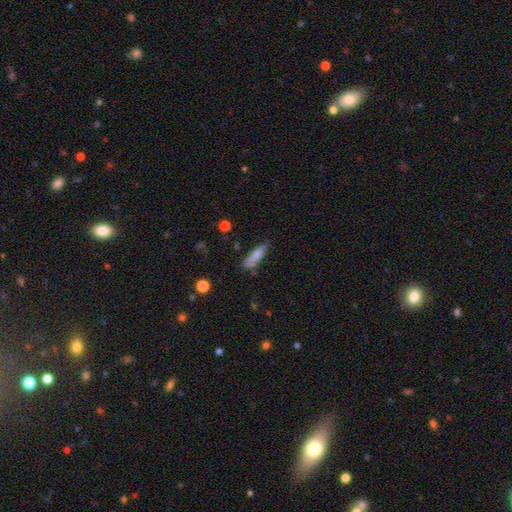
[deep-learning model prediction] smooth 78%, featured or disk 14%, star or artifact 8%. Down the decision tree: how rounded — cigar-shaped (63%); merging — none (63%).